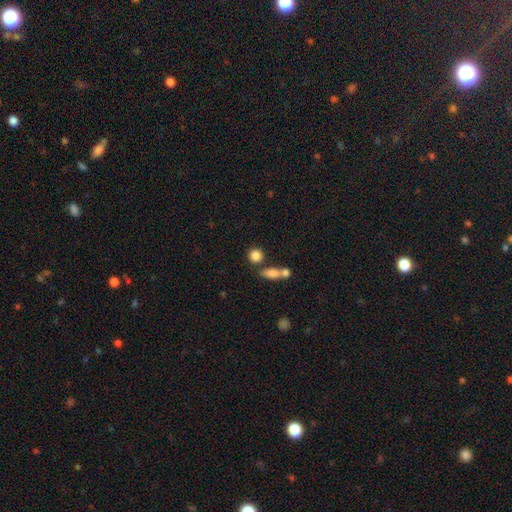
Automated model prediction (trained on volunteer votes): Q: Smooth or featured?
A: smooth (83%); runner-up: star or artifact (10%)
Q: How rounded?
A: round (82%); runner-up: in between (14%)
Q: Merging?
A: none (68%); runner-up: merger (18%)